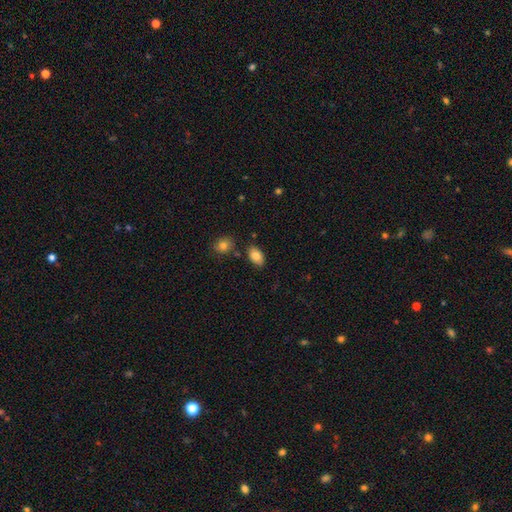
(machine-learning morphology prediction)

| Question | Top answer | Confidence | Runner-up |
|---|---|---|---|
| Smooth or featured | smooth | 84% | featured or disk (9%) |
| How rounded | in between | 92% | round (7%) |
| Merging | none | 81% | minor disturbance (11%) |